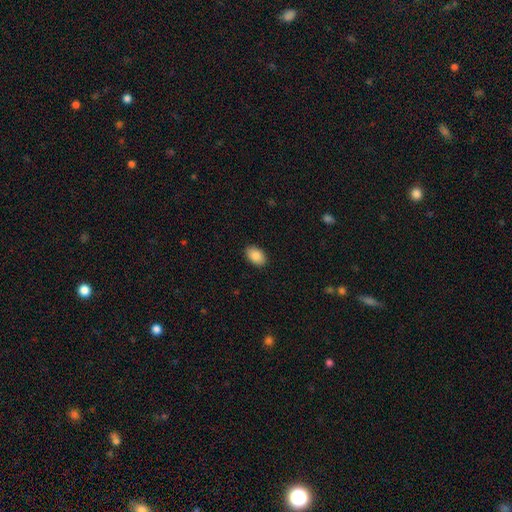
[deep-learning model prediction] Q: Smooth or featured?
A: smooth (88%); runner-up: star or artifact (7%)
Q: How rounded?
A: in between (89%); runner-up: round (10%)
Q: Merging?
A: none (90%); runner-up: minor disturbance (8%)